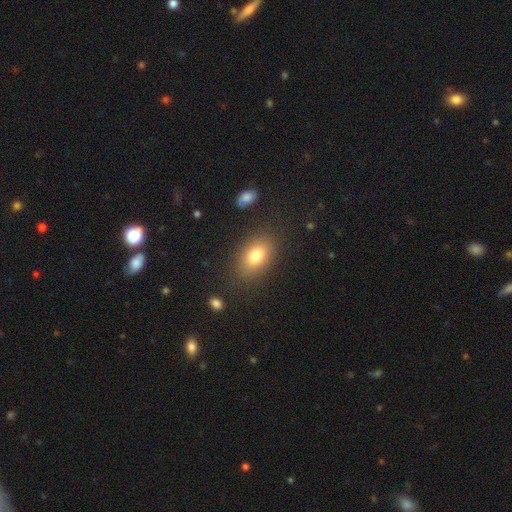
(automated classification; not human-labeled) The model was most divided on "how rounded": in between: 83%, round: 16%, cigar-shaped: 2%. More confident: merging — none (83%); smooth or featured — smooth (79%).